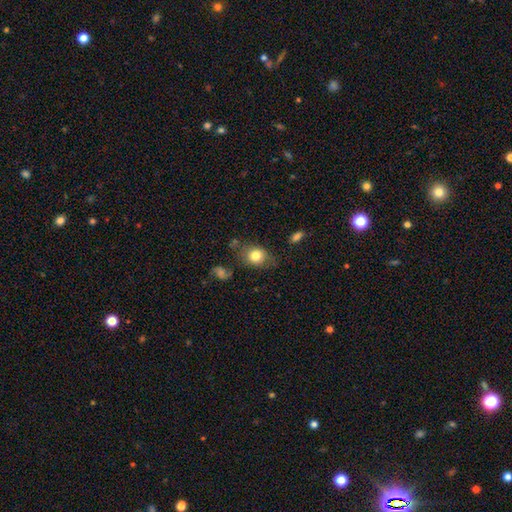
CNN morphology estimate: A smooth galaxy with no disk features (80%) that is round (54%).

Vote fractions:
- Smooth or featured? smooth: 80% / featured or disk: 11% / star or artifact: 9%
- How rounded? round: 54% / in between: 45% / cigar-shaped: 1%
- Merging? none: 67% / minor disturbance: 22% / major disturbance: 7% / merger: 4%